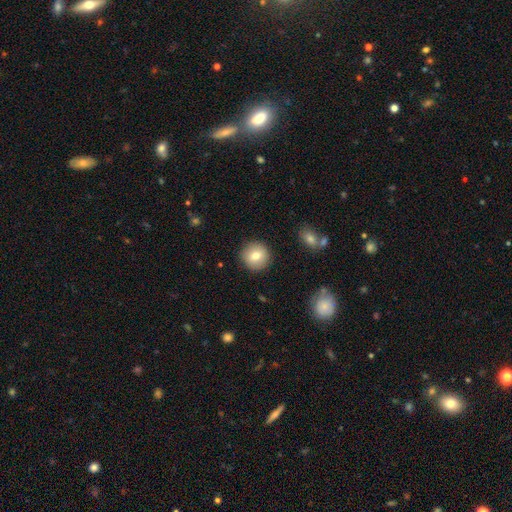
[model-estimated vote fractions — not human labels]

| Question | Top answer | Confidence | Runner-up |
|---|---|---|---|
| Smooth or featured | smooth | 77% | featured or disk (14%) |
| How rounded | round | 94% | in between (5%) |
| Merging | none | 90% | minor disturbance (7%) |